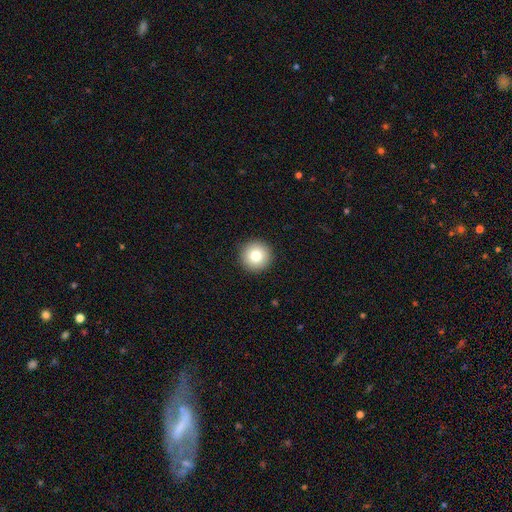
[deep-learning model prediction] smooth-or-featured: smooth: 82% | star or artifact: 10% | featured or disk: 9%
  how-rounded: round: 96% | in between: 3% | cigar-shaped: 1%
  merging: none: 93% | minor disturbance: 5% | major disturbance: 2% | merger: 1%